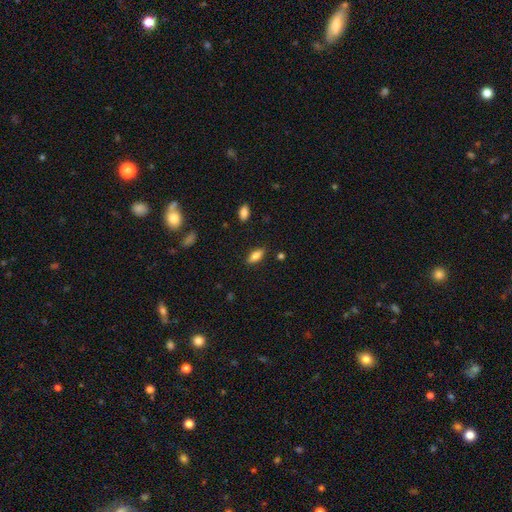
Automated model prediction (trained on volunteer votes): Smooth or featured? smooth (78%)
How rounded? in between (80%)
Merging? none (86%)